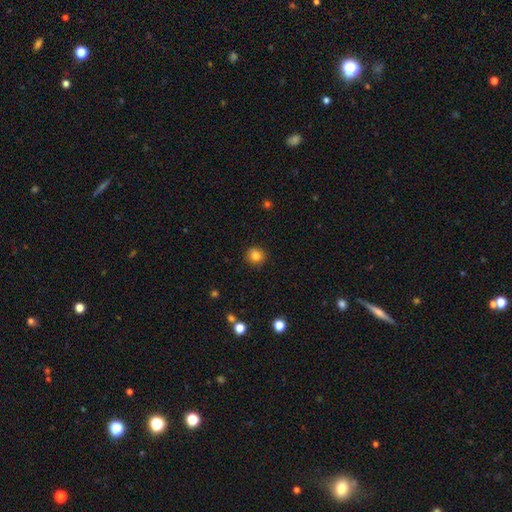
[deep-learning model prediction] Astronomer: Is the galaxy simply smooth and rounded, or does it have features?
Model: smooth — 83%.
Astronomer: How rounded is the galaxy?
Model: round — 90%.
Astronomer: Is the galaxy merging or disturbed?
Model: none — 90%.